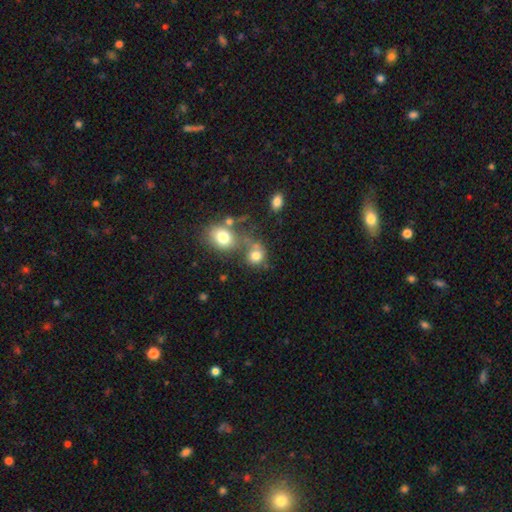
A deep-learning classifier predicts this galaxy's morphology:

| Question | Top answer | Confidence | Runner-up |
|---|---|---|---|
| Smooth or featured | smooth | 78% | star or artifact (13%) |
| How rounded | round | 78% | in between (21%) |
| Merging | none | 46% | merger (35%) |